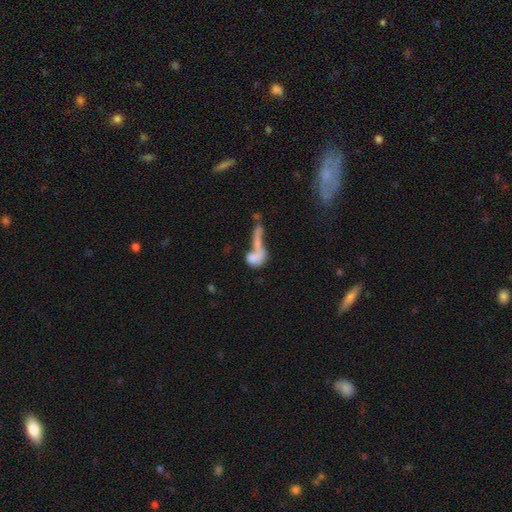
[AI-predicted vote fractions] The model was most divided on "how rounded": in between: 50%, round: 25%, cigar-shaped: 25%. More confident: smooth or featured — smooth (60%); merging — merger (54%).